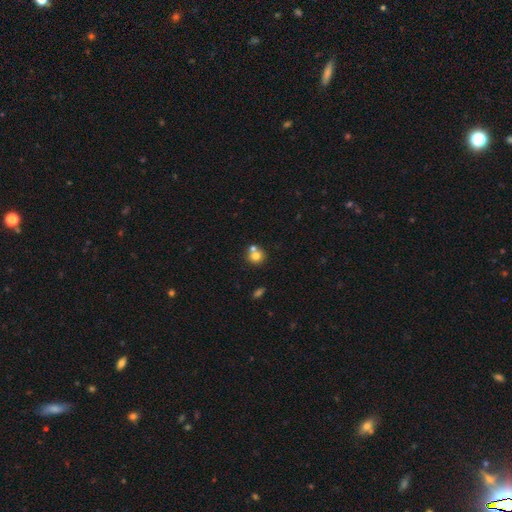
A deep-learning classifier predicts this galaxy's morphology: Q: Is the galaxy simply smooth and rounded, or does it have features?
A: smooth — 74%.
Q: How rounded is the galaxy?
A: round — 85%.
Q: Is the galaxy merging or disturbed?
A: none — 47%.